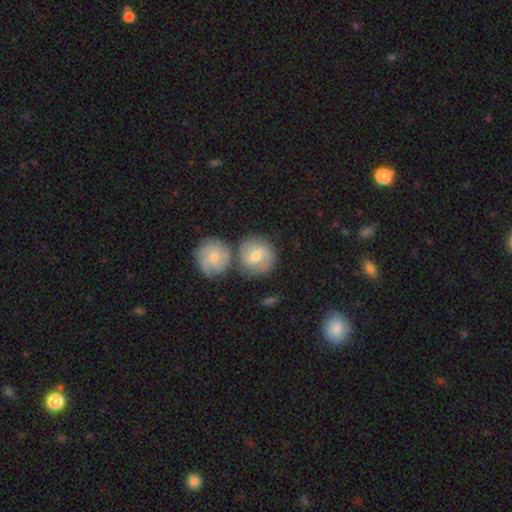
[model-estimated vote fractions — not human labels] Morphology: type=featured or disk (61%); edge-on=no (96%); bar=weak (50%); spiral arms=yes (89%); winding=tight (43%); arm count=2 (59%); bulge=moderate (50%); merging=none (52%).